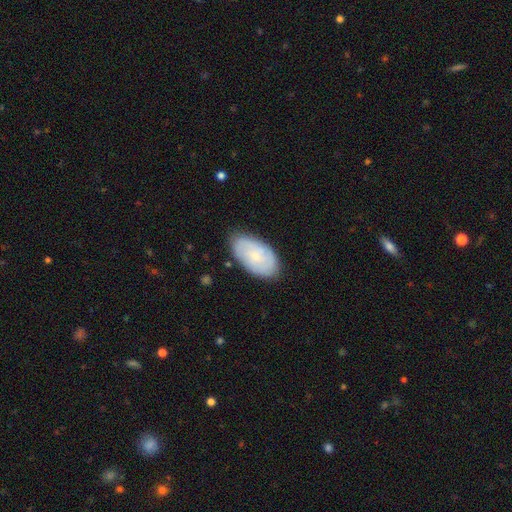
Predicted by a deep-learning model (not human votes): Smooth or featured? Predicted: featured or disk (p=0.47, tied with smooth). Merging? Predicted: none (p=0.81).